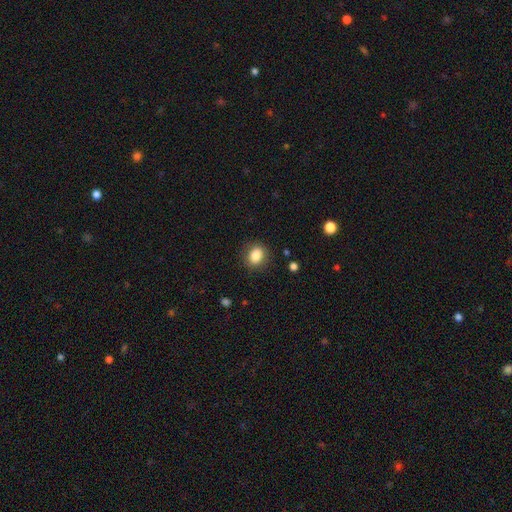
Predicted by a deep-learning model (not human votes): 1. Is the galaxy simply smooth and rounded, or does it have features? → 85% smooth, 9% star or artifact, 6% featured or disk.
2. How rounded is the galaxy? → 53% round, 46% in between, 1% cigar-shaped.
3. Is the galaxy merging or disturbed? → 85% none, 11% minor disturbance, 4% major disturbance, 1% merger.